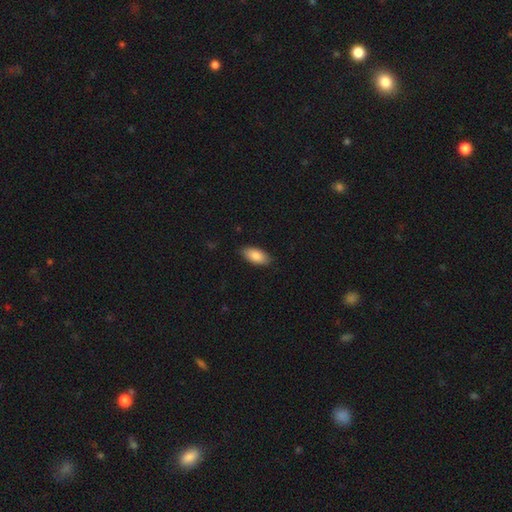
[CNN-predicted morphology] Smooth or featured: smooth — 87% (featured or disk — 7%)
How rounded: in between — 92% (cigar-shaped — 6%)
Merging: none — 86% (minor disturbance — 11%)